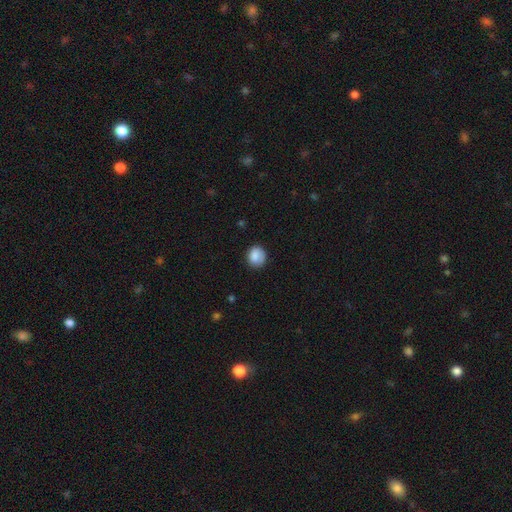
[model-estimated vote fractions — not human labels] A smooth galaxy with no disk features (84%) that is round (76%). Merging: none (78%).